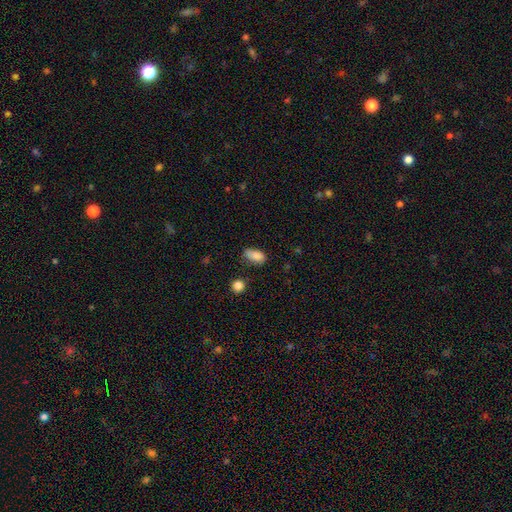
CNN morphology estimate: The model was most divided on "merging": none: 54%, minor disturbance: 33%, major disturbance: 9%, merger: 4%. More confident: how rounded — in between (88%); smooth or featured — smooth (82%).